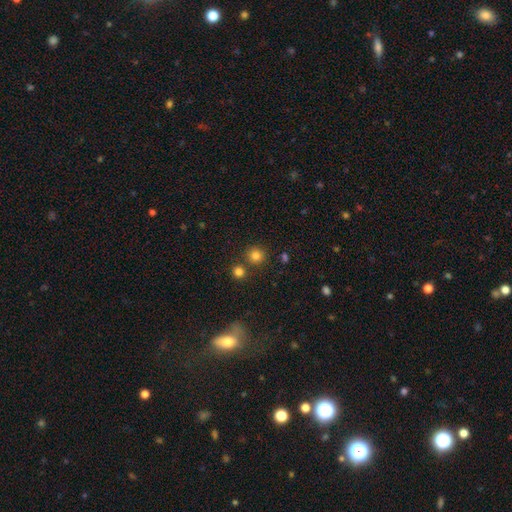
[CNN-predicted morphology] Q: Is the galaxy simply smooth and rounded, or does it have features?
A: smooth — 80%.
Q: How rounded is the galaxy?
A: round — 93%.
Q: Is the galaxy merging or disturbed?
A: none — 79%.